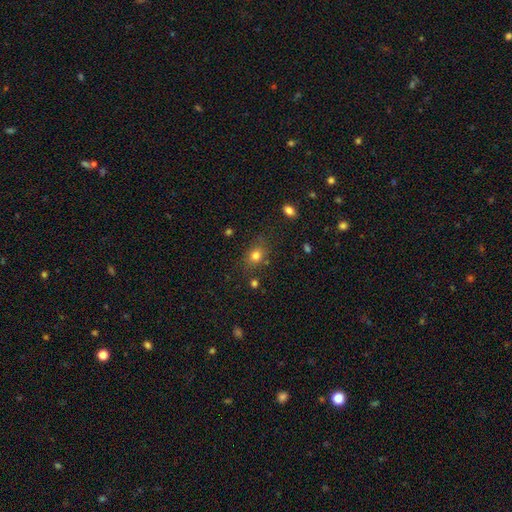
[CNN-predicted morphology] The model was most divided on "how rounded": round: 51%, in between: 48%, cigar-shaped: 1%. More confident: smooth or featured — smooth (78%); merging — none (76%).